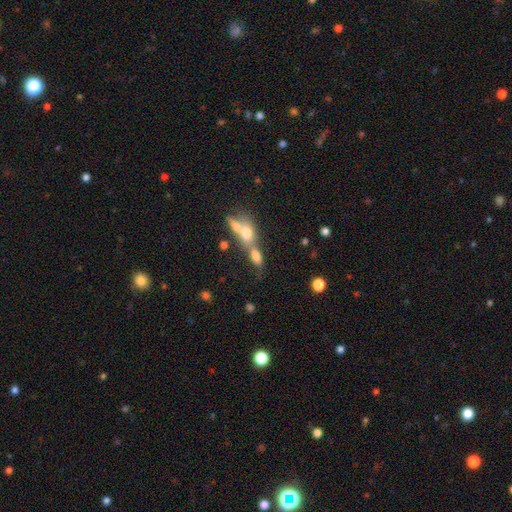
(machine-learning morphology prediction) smooth-or-featured: smooth: 65% | featured or disk: 22% | star or artifact: 13%
  how-rounded: in between: 70% | round: 16% | cigar-shaped: 15%
  merging: merger: 66% | none: 19% | minor disturbance: 8% | major disturbance: 7%